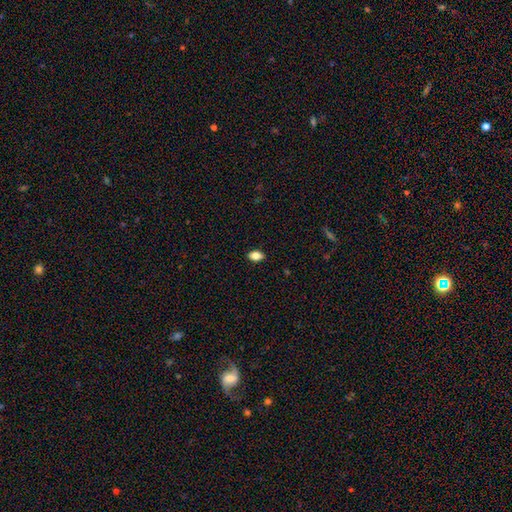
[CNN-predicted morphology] type=smooth (81%); roundness=in between (85%); merging=none (88%).